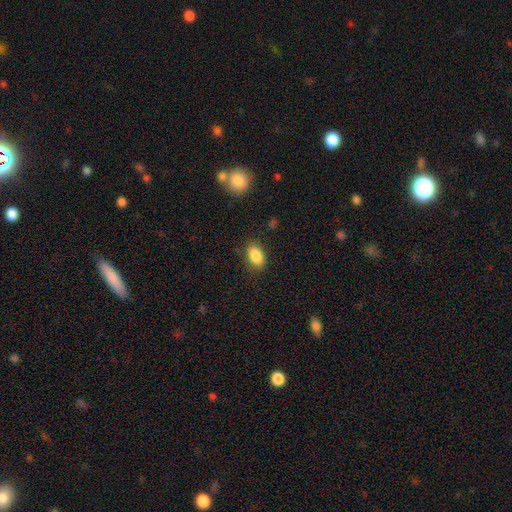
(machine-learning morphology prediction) Smooth or featured: smooth — 86% (star or artifact — 8%)
How rounded: in between — 90% (round — 7%)
Merging: none — 83% (minor disturbance — 12%)